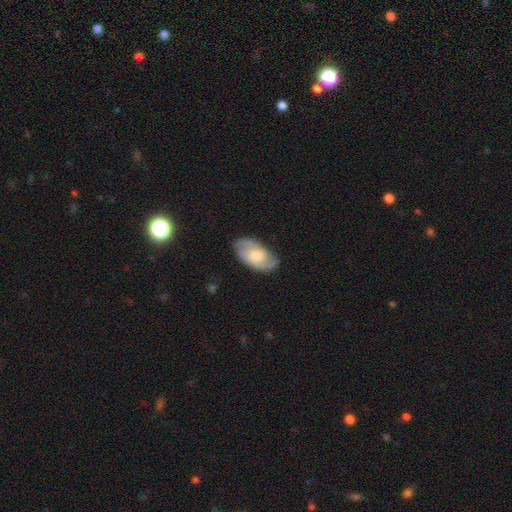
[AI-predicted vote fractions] The model was most divided on "bar": no: 53%, weak: 40%, strong: 7%. Remaining: edge-on disk — no (95%); spiral arms — yes (91%); spiral arm count — 2 (80%); merging — none (77%); smooth or featured — featured or disk (67%); bulge size — moderate (50%); spiral winding — medium (49%).